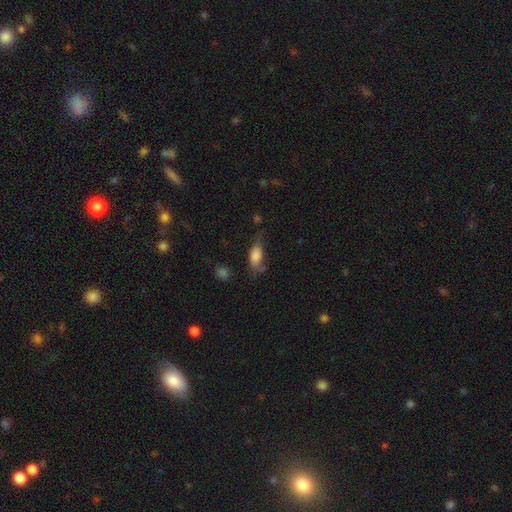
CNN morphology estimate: This is likely a smooth galaxy (77%). How rounded: clearly in between (83%). Merging: marginally none (42%).